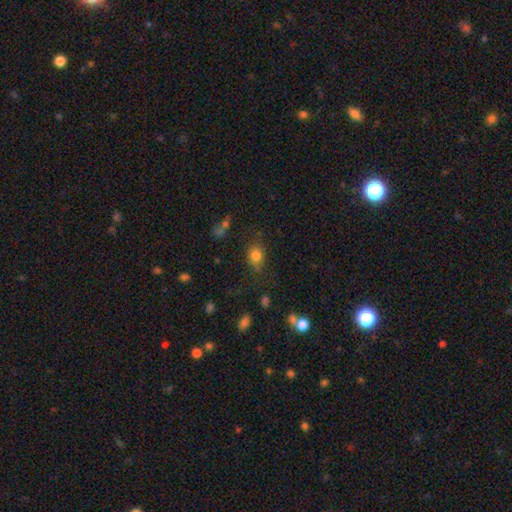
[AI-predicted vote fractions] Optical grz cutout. It shows a smooth galaxy with no disk features (80%) that is round (57%). Merging: none (72%).